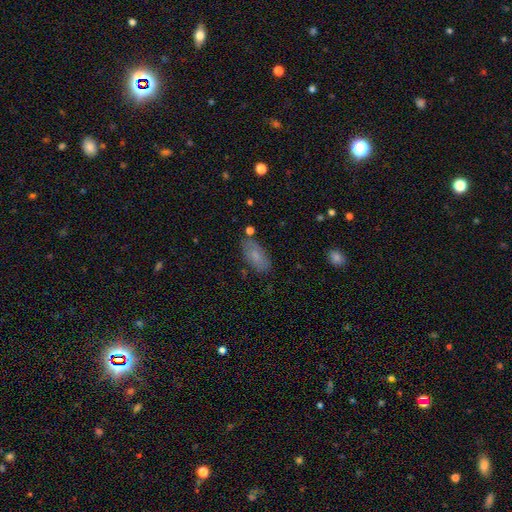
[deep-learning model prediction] Smooth or featured? smooth (75%)
How rounded? in between (89%)
Merging? none (76%)